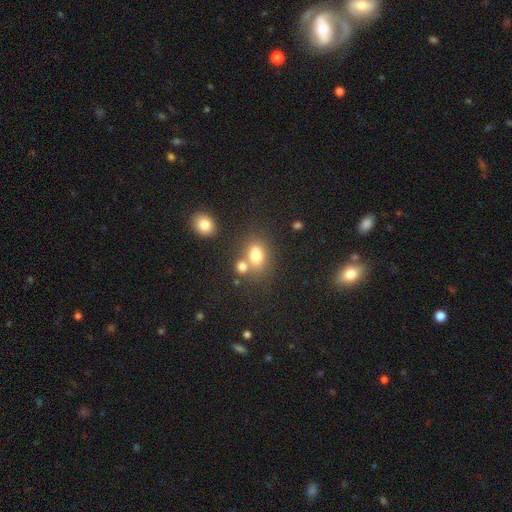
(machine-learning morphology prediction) Overall: smooth (76%). How rounded: in between (63%; round 36%). Merging: none (50%; merger 32%).